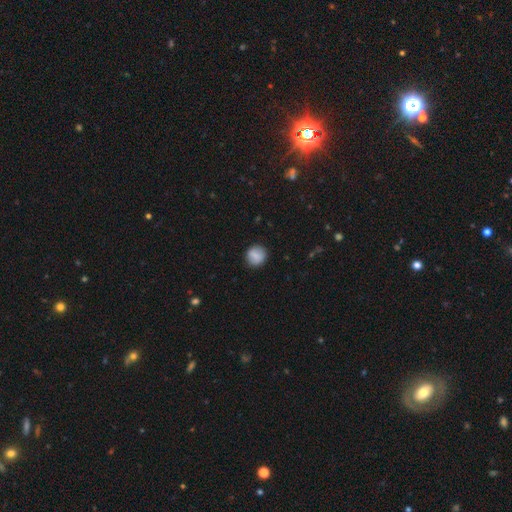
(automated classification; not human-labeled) Smooth or featured: smooth — 81% (featured or disk — 11%)
How rounded: round — 88% (in between — 11%)
Merging: none — 88% (minor disturbance — 8%)